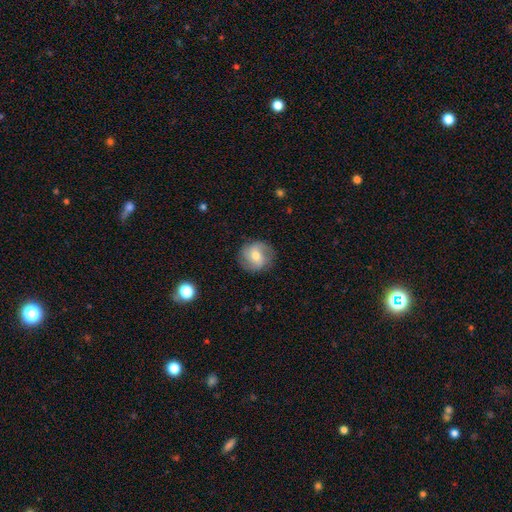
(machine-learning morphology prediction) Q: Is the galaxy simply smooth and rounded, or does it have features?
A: smooth — 46%, tied with featured or disk.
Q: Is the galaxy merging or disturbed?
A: none — 83%.